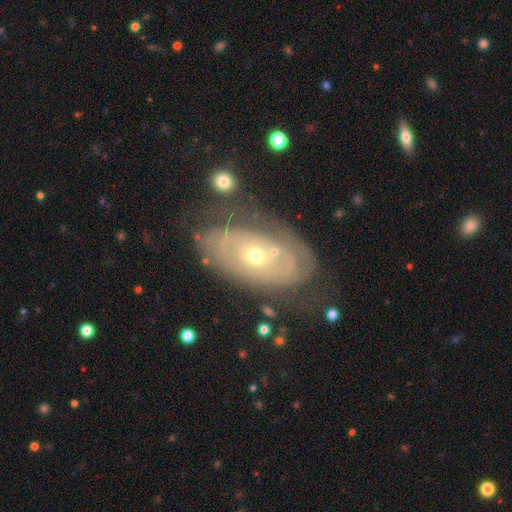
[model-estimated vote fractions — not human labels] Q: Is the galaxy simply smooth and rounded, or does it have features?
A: featured or disk — 73%.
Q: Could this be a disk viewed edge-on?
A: no — 94%.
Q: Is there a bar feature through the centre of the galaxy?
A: no — 83%.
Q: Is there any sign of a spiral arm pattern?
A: yes — 64%.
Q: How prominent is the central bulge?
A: small — 60%.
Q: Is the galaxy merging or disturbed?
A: none — 59%.